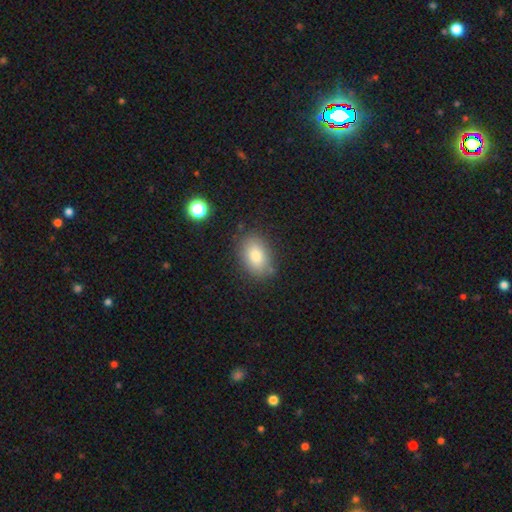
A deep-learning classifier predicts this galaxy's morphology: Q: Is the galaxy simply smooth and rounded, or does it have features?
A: smooth — 81%.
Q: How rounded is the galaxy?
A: in between — 85%.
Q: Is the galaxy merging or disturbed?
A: none — 81%.